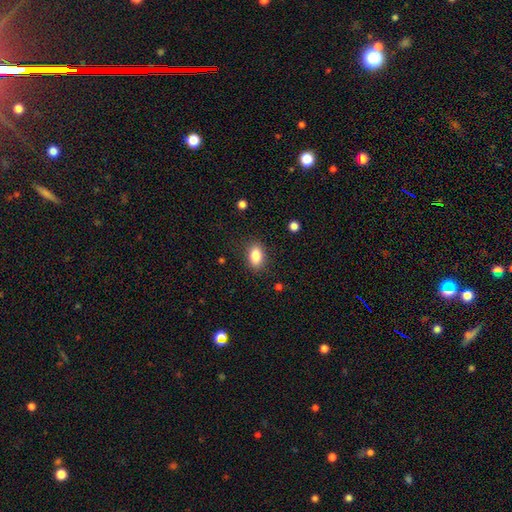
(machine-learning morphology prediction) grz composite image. It shows a smooth galaxy with no disk features (85%) that is in between round and cigar-shaped (86%). Merging: none (86%).